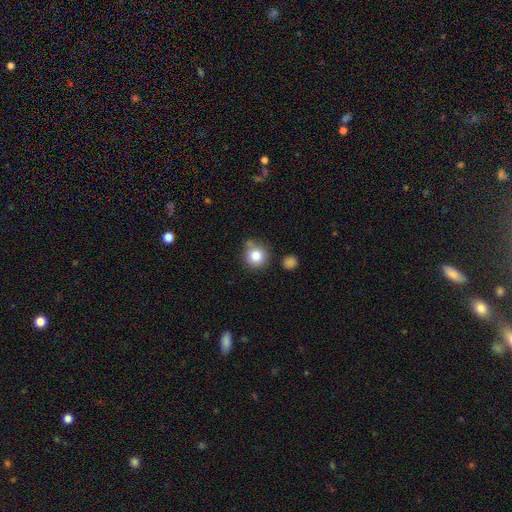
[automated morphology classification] This appears to be a smooth galaxy with no disk features (83%) that is round (91%). Merging: none (71%).